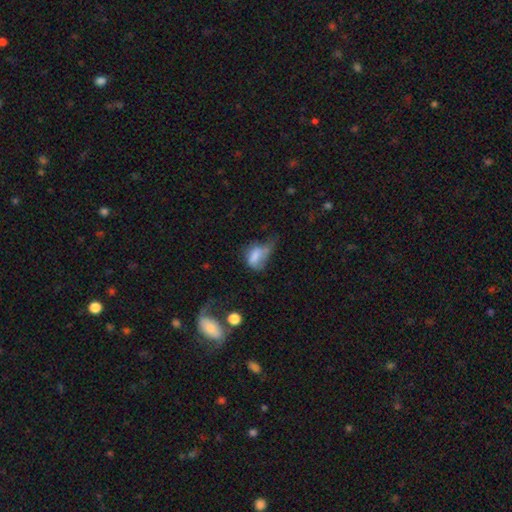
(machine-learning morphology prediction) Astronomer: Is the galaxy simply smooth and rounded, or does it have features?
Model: smooth — 64%.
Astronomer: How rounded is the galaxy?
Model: in between — 79%.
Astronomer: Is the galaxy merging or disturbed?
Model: major disturbance — 49% (runner-up: minor disturbance, 26%).